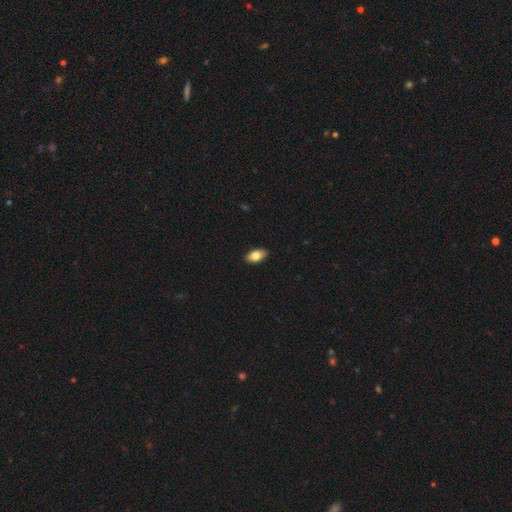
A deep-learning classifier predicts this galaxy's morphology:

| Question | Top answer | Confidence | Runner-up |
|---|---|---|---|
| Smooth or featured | smooth | 79% | featured or disk (14%) |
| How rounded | in between | 91% | round (5%) |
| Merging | none | 89% | minor disturbance (8%) |